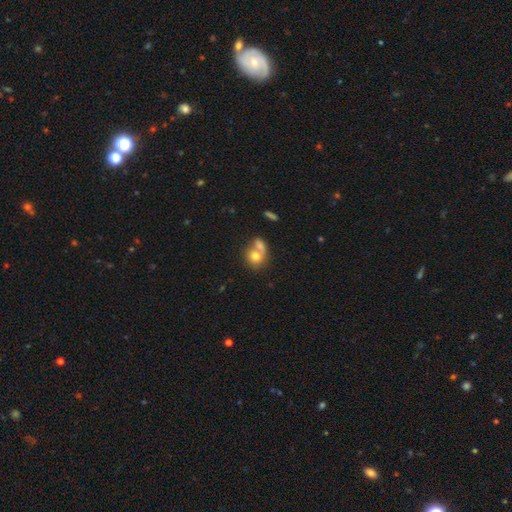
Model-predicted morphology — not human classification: smooth-or-featured: smooth: 74% | featured or disk: 18% | star or artifact: 9%
  how-rounded: round: 66% | in between: 33% | cigar-shaped: 1%
  merging: merger: 58% | none: 29% | minor disturbance: 8% | major disturbance: 5%